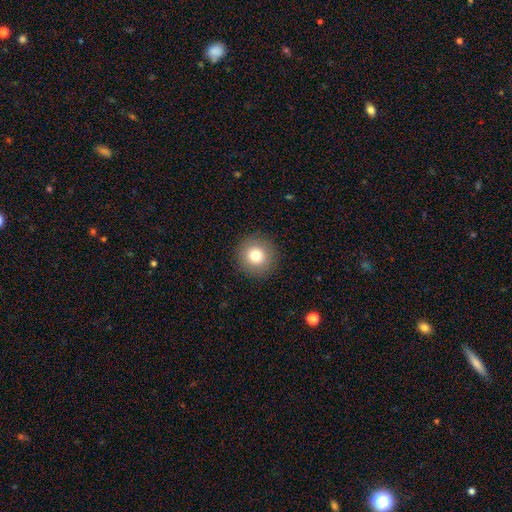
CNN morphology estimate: Smooth or featured? Predicted: smooth (p=0.78). How rounded? Predicted: round (p=0.95). Merging? Predicted: none (p=0.91).